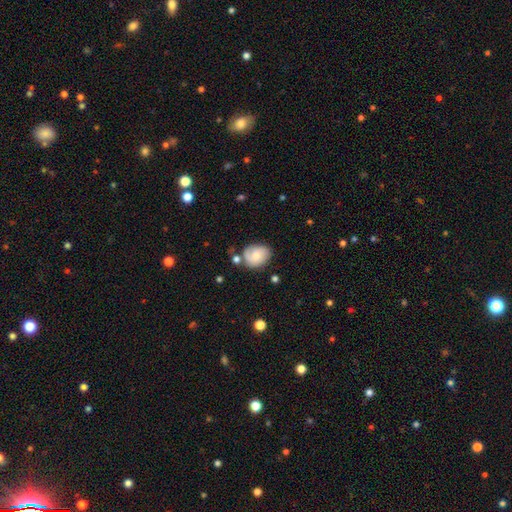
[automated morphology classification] smooth 53%, featured or disk 39%, star or artifact 8%. Down the decision tree: how rounded — in between (53%); merging — none (58%).